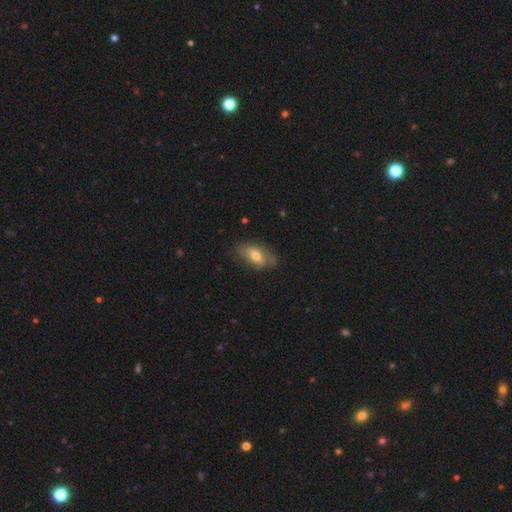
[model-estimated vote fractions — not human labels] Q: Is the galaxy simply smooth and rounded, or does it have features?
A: smooth — 51%.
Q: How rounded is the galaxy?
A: in between — 87%.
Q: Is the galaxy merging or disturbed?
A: none — 64%.